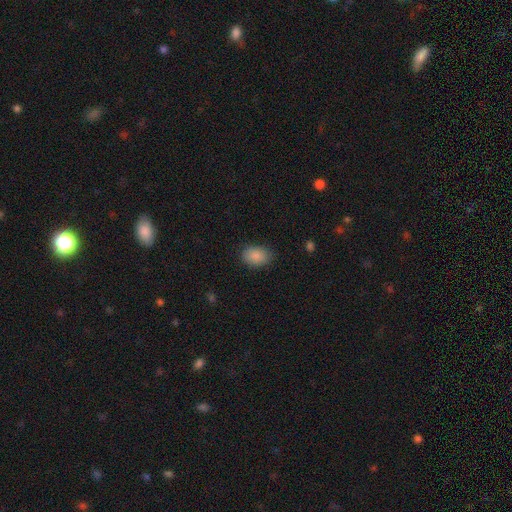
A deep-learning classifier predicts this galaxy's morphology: Smooth or featured?
  - smooth: 88% *
  - star or artifact: 8%
  - featured or disk: 5%
How rounded?
  - in between: 82% *
  - round: 17%
  - cigar-shaped: 1%
Merging?
  - none: 83% *
  - minor disturbance: 13%
  - major disturbance: 3%
  - merger: 1%